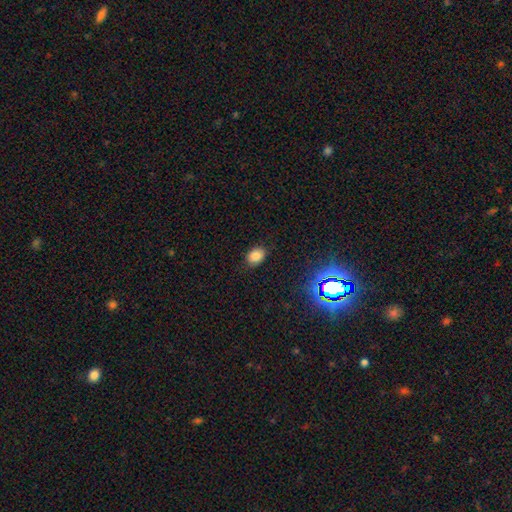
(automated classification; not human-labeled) smooth 81%, star or artifact 12%, featured or disk 6%. Down the decision tree: how rounded — in between (76%); merging — none (86%).